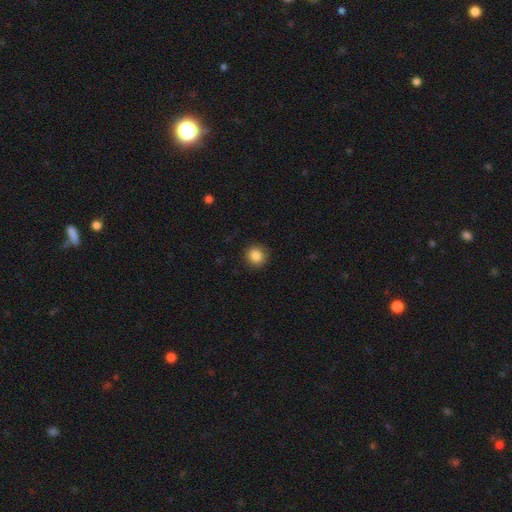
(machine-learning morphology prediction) Smooth or featured: smooth — 86% (star or artifact — 9%)
How rounded: round — 92% (in between — 7%)
Merging: none — 90% (minor disturbance — 7%)